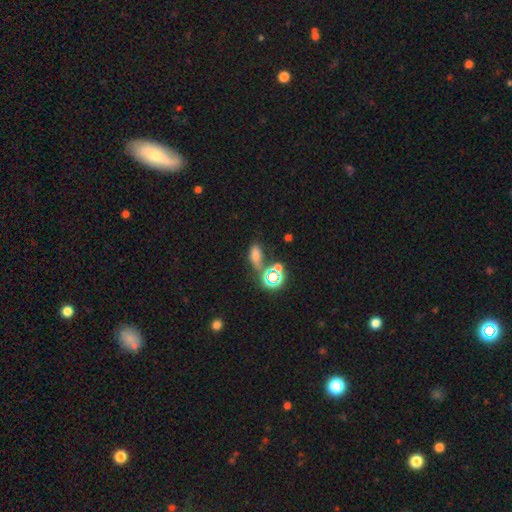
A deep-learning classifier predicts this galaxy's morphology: Smooth or featured: smooth — 59% (star or artifact — 30%)
How rounded: in between — 77% (round — 13%)
Merging: none — 52% (minor disturbance — 19%)